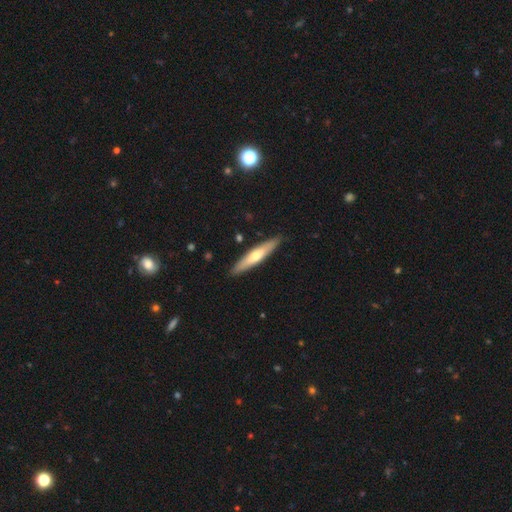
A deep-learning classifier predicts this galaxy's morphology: The model was most divided on "smooth or featured": smooth: 49%, featured or disk: 46%, star or artifact: 5%. More confident: merging — none (89%).